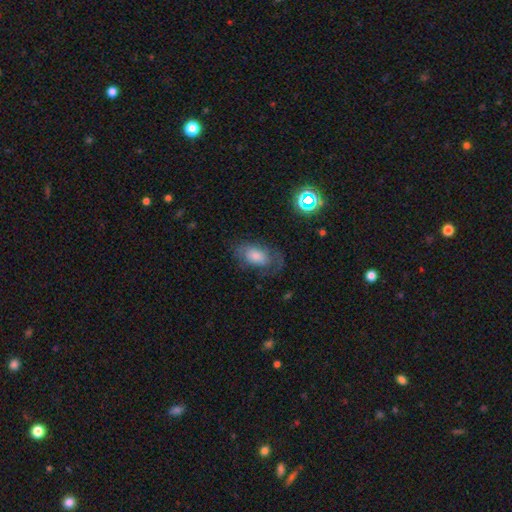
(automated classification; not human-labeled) This is possibly a featured or disk galaxy (46%). Merging: possibly none (59%).